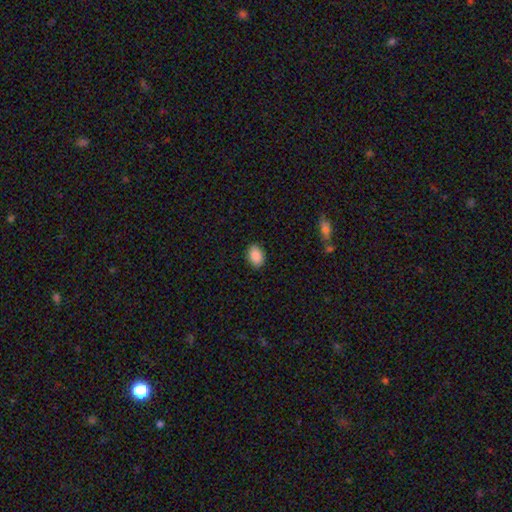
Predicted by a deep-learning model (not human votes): Smooth or featured? smooth (89%)
How rounded? in between (83%)
Merging? none (89%)